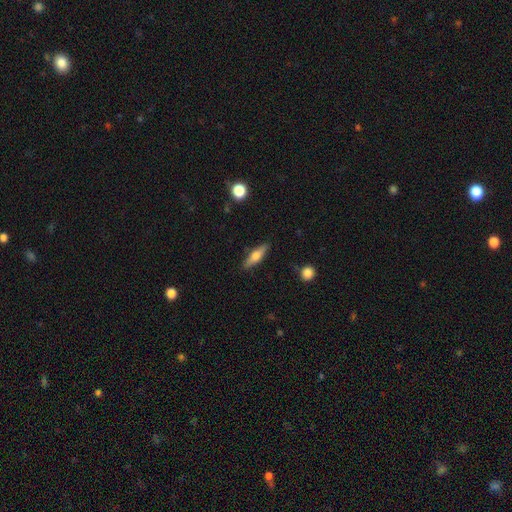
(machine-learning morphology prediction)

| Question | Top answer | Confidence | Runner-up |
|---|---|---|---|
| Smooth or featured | smooth | 56% | featured or disk (37%) |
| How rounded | cigar-shaped | 62% | in between (35%) |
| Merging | none | 86% | minor disturbance (10%) |